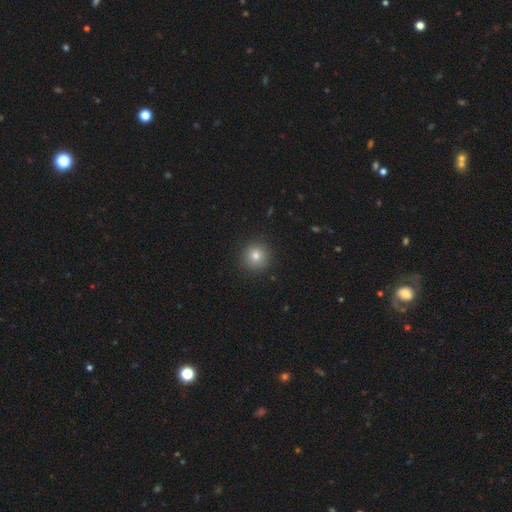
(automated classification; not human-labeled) Morphology: type=smooth (80%); roundness=round (95%); merging=none (92%).